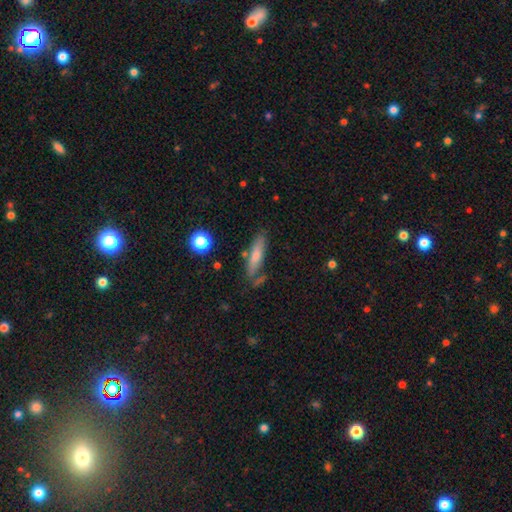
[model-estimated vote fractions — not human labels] Smooth or featured: smooth — 61% (featured or disk — 30%)
How rounded: cigar-shaped — 75% (in between — 23%)
Merging: none — 71% (minor disturbance — 17%)